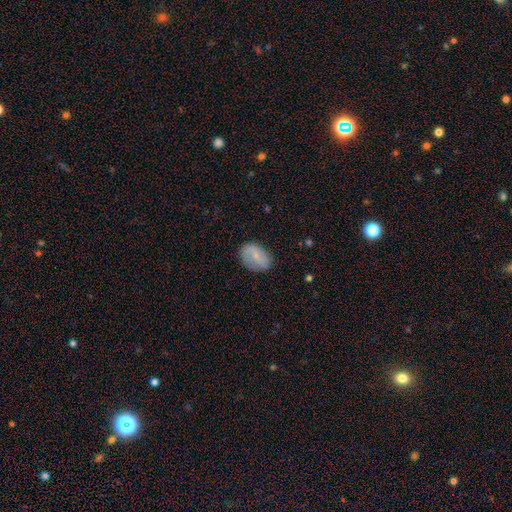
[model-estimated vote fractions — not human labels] Overall: smooth (57%; featured or disk 35%). How rounded: in between (80%). Merging: none (78%).